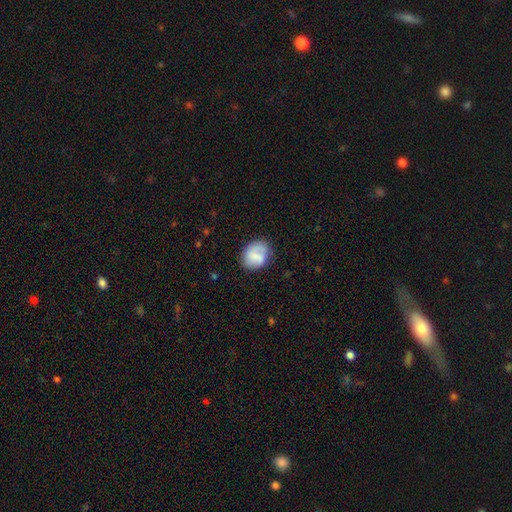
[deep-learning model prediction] Q: Smooth or featured?
A: smooth (68%); runner-up: featured or disk (25%)
Q: How rounded?
A: in between (51%); runner-up: round (48%)
Q: Merging?
A: none (71%); runner-up: minor disturbance (20%)